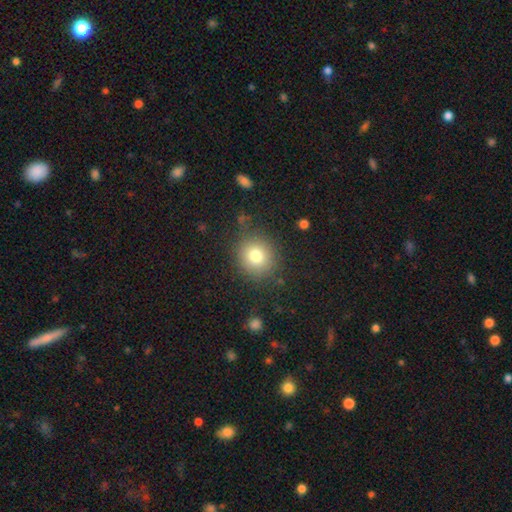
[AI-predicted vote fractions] This is likely a smooth galaxy (78%). How rounded: clearly round (84%). Merging: clearly none (83%).